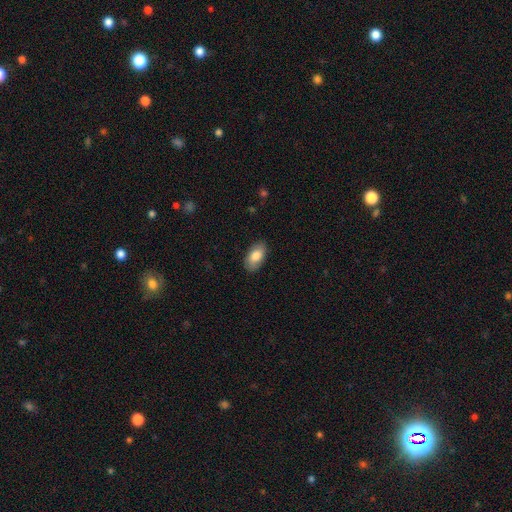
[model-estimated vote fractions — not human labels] Smooth or featured: smooth — 82% (featured or disk — 12%)
How rounded: in between — 94% (round — 4%)
Merging: none — 86% (minor disturbance — 11%)